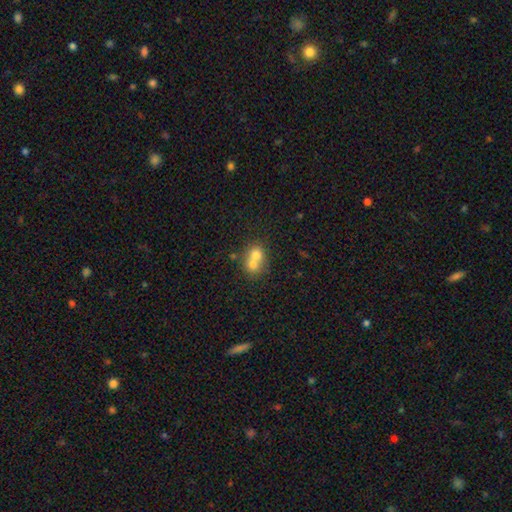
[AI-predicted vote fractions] The model was most divided on "how rounded": round: 67%, in between: 32%, cigar-shaped: 1%. More confident: merging — merger (70%); smooth or featured — smooth (68%).